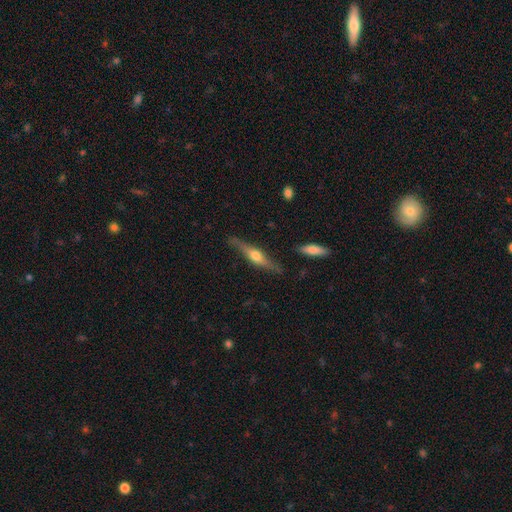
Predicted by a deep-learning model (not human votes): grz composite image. It shows a featured or disk galaxy (71%) viewed edge-on (96%) with a rounded central bulge (92%). Merging: none (84%).